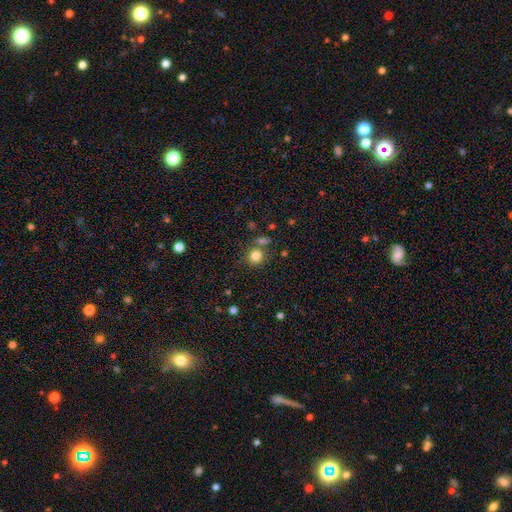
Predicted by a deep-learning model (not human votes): smooth-or-featured: smooth: 82% | star or artifact: 12% | featured or disk: 6%
  how-rounded: round: 90% | in between: 9% | cigar-shaped: 1%
  merging: none: 74% | merger: 13% | minor disturbance: 9% | major disturbance: 3%